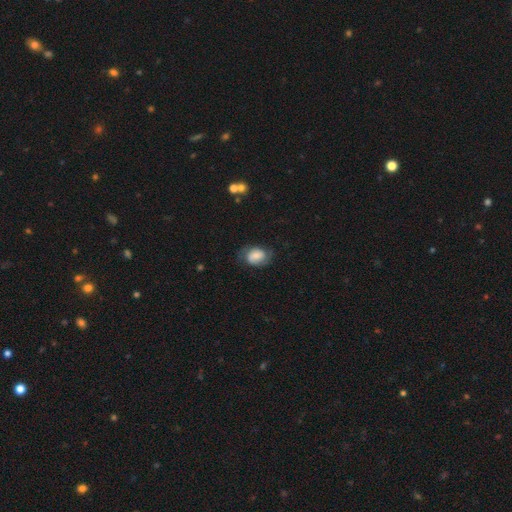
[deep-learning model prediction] Smooth or featured? Predicted: smooth (p=0.57). How rounded? Predicted: in between (p=0.71). Merging? Predicted: none (p=0.62).